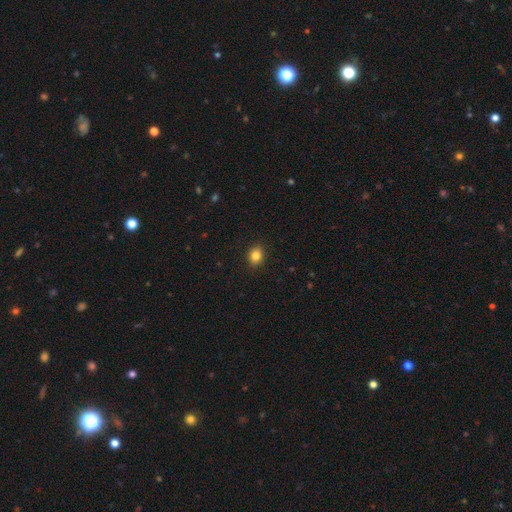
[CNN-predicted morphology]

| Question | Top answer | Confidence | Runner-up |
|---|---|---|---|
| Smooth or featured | smooth | 84% | star or artifact (11%) |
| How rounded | round | 57% | in between (42%) |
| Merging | none | 90% | minor disturbance (7%) |